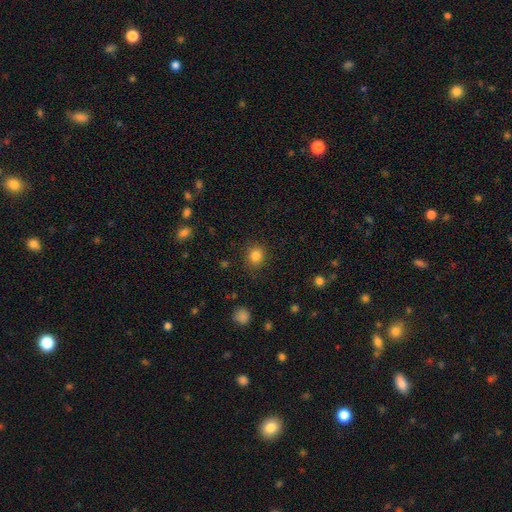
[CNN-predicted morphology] This is clearly a smooth galaxy (84%). How rounded: clearly round (80%). Merging: clearly none (87%).